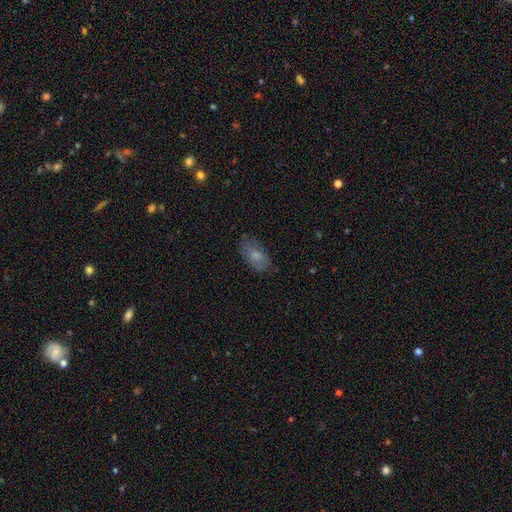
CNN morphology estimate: smooth 70%, featured or disk 22%, star or artifact 8%. Down the decision tree: how rounded — in between (92%); merging — none (73%).